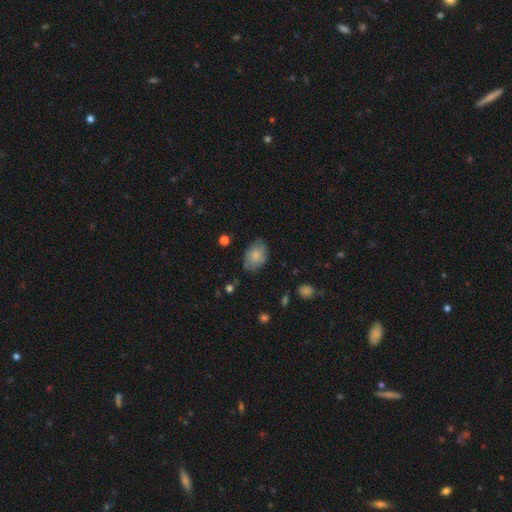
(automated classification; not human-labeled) Smooth or featured: smooth — 77% (featured or disk — 15%)
How rounded: in between — 83% (round — 15%)
Merging: none — 70% (minor disturbance — 23%)